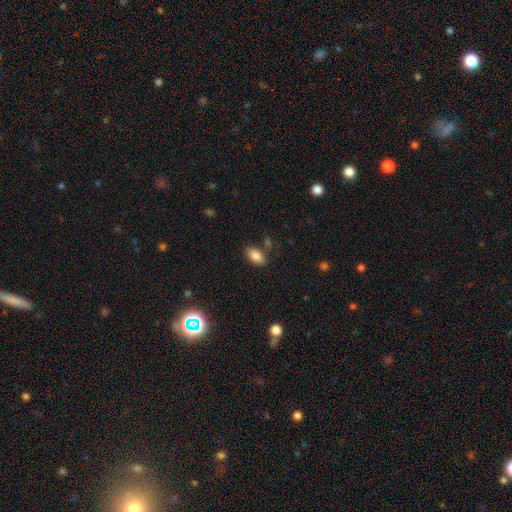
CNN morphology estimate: Smooth or featured? smooth (84%)
How rounded? in between (92%)
Merging? none (80%)